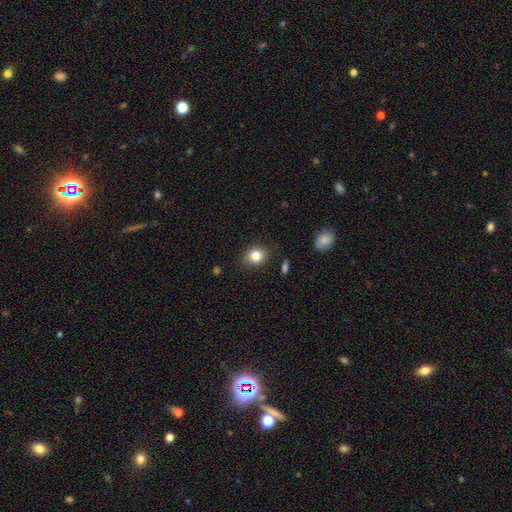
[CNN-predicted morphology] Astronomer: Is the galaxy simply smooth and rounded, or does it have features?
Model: smooth — 83%.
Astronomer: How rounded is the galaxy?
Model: round — 63%.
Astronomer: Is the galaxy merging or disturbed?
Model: none — 86%.